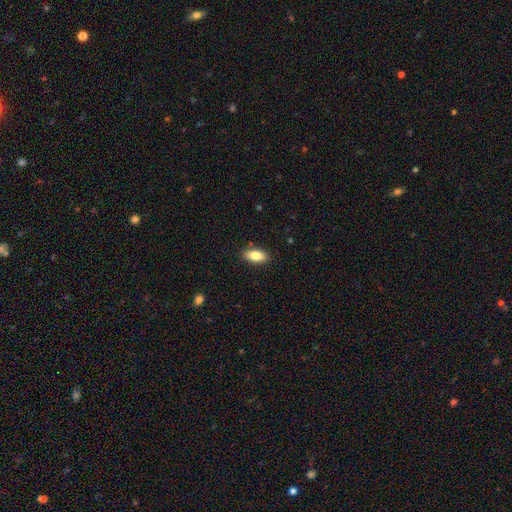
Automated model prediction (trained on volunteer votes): A smooth galaxy with no disk features (84%) that is in between round and cigar-shaped (88%).

Vote fractions:
- Smooth or featured? smooth: 84% / featured or disk: 9% / star or artifact: 7%
- How rounded? in between: 88% / cigar-shaped: 10% / round: 3%
- Merging? none: 88% / minor disturbance: 9% / major disturbance: 2% / merger: 1%